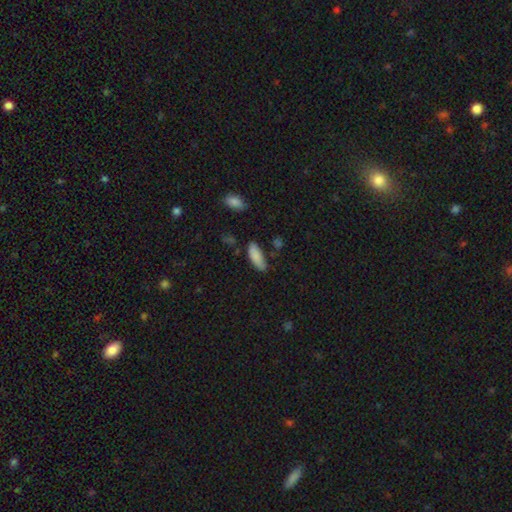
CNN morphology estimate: Smooth or featured: smooth — 86% (featured or disk — 7%)
How rounded: in between — 73% (cigar-shaped — 25%)
Merging: none — 73% (minor disturbance — 20%)